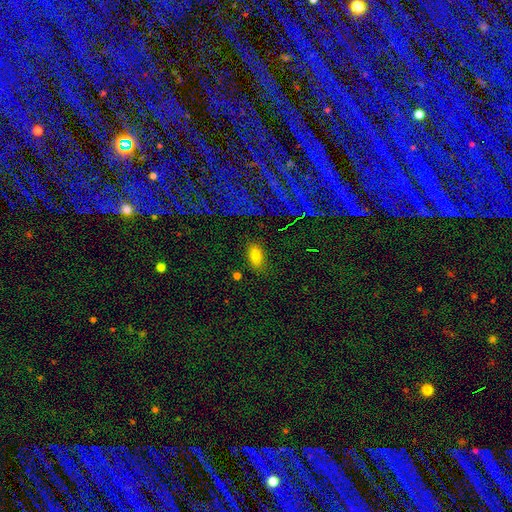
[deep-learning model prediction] Smooth or featured?
  - smooth: 79% *
  - star or artifact: 12%
  - featured or disk: 9%
How rounded?
  - in between: 90% *
  - round: 5%
  - cigar-shaped: 5%
Merging?
  - none: 81% *
  - minor disturbance: 13%
  - major disturbance: 3%
  - merger: 2%